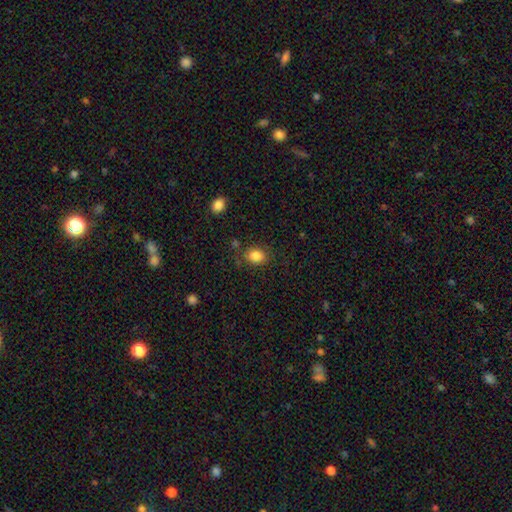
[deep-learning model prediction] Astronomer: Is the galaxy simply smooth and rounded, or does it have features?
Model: smooth — 84%.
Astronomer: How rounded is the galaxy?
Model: in between — 51% (runner-up: round, 48%).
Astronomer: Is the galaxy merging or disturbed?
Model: none — 78%.